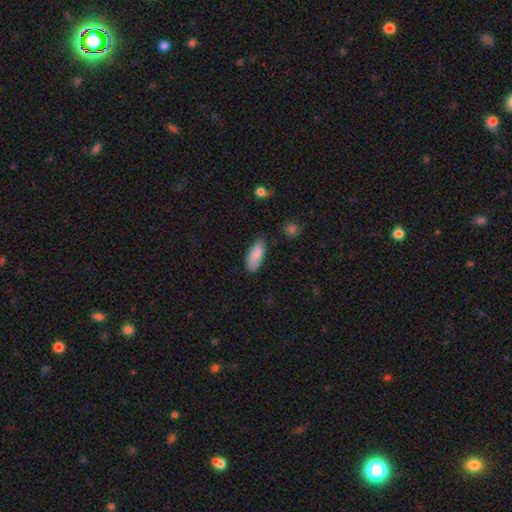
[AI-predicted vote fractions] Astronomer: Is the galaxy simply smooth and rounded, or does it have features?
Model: smooth — 87%.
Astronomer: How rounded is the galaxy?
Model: in between — 81%.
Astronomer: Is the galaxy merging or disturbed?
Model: none — 77%.